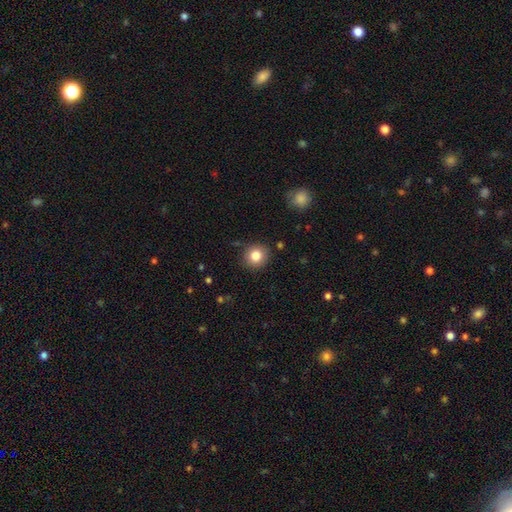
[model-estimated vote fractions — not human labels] A smooth galaxy with no disk features (83%) that is round (88%). Merging: none (88%).